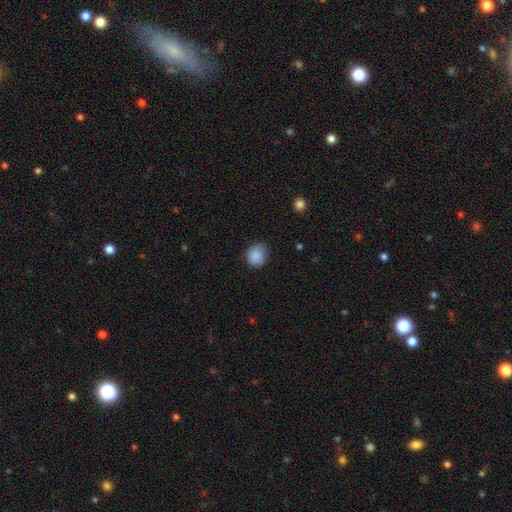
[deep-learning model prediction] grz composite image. It shows a smooth galaxy with no disk features (87%) that is round (76%). Merging: none (70%).